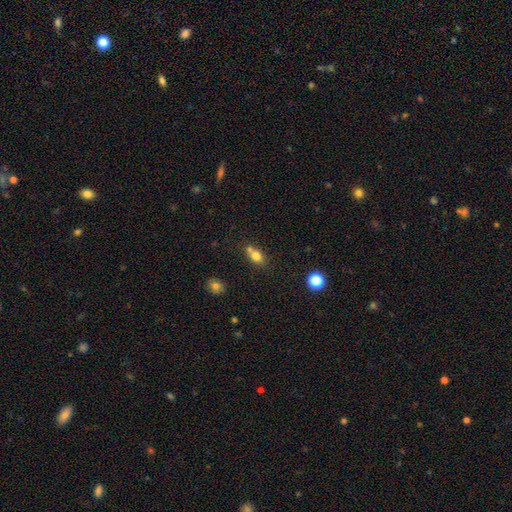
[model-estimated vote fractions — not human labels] A smooth galaxy with no disk features (77%) that is in between round and cigar-shaped (59%).

Vote fractions:
- Smooth or featured? smooth: 77% / star or artifact: 12% / featured or disk: 11%
- How rounded? in between: 59% / round: 38% / cigar-shaped: 3%
- Merging? none: 45% / merger: 39% / minor disturbance: 12% / major disturbance: 4%